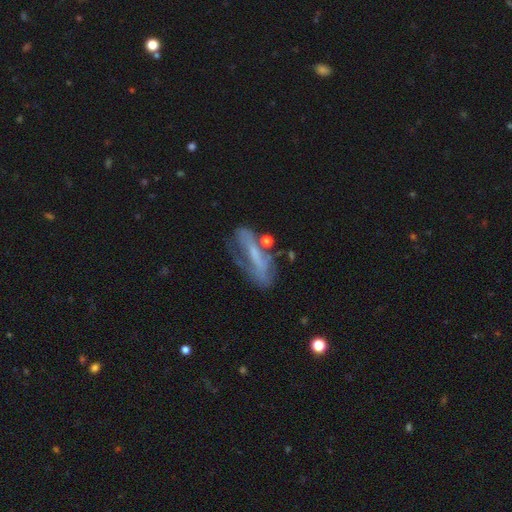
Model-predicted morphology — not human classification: Smooth or featured: featured or disk — 54% (smooth — 35%)
Edge-on disk: no — 69% (yes — 31%)
Merging: none — 44% (minor disturbance — 25%)